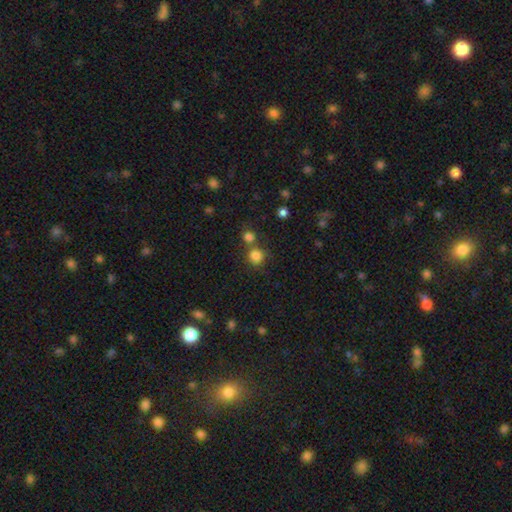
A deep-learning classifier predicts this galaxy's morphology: This appears to be a smooth galaxy with no disk features (82%) that is round (91%). Merging: none (64%).